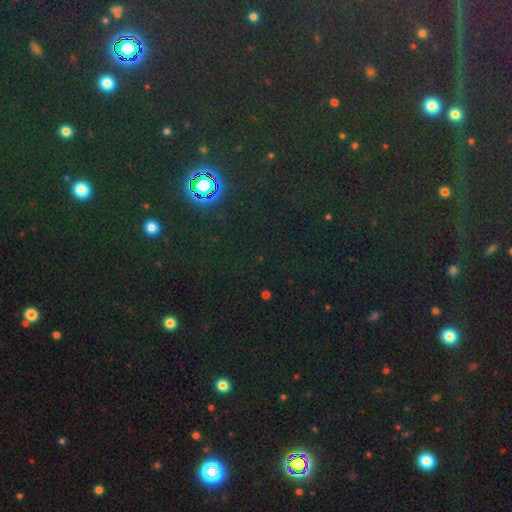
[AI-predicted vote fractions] Morphology: type=star or artifact (81%).